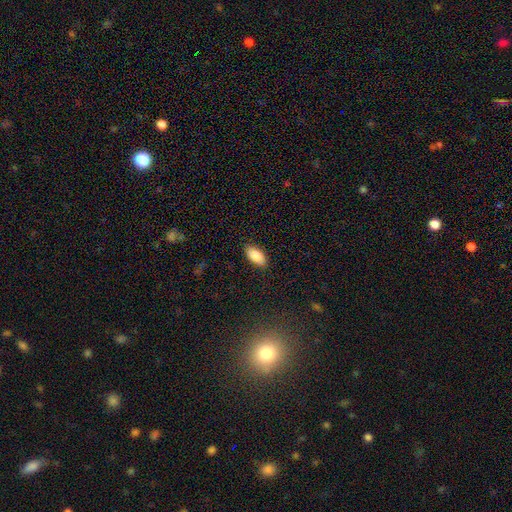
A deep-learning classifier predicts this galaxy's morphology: The model was most divided on "merging": none: 88%, minor disturbance: 9%, major disturbance: 2%, merger: 1%. More confident: how rounded — in between (92%); smooth or featured — smooth (88%).